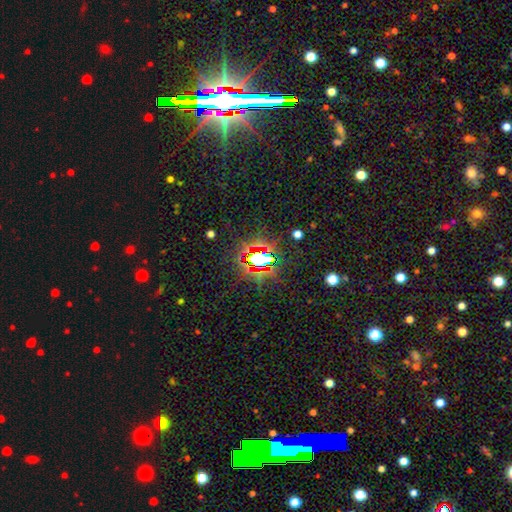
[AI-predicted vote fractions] Morphology: type=star or artifact (74%).